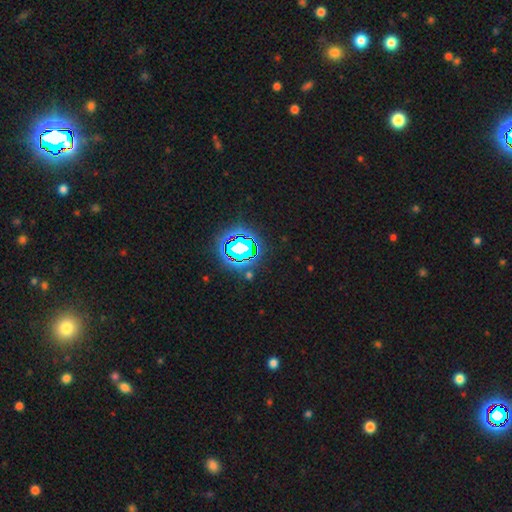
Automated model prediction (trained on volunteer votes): This appears to be a star or artifact, not a galaxy (82%).